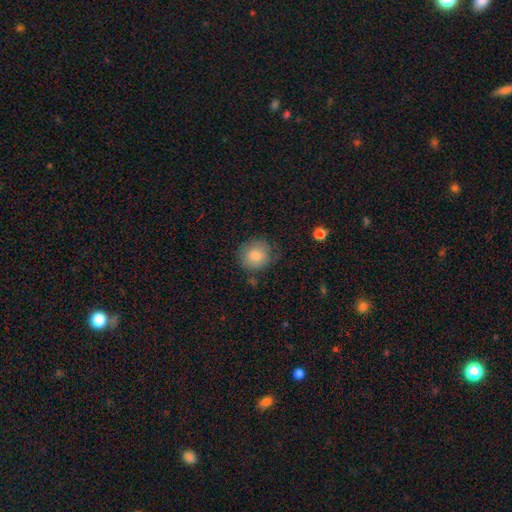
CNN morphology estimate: Smooth or featured? smooth (81%)
How rounded? round (83%)
Merging? none (67%)